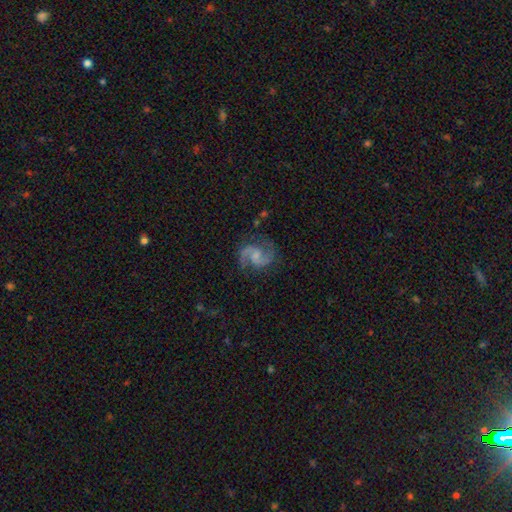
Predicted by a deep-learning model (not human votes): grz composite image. It shows a featured or disk galaxy (90%) with no bar (47%), 2 (94%) medium (60%) spiral arms (98%) and a small central bulge (43%). Merging: none (79%).